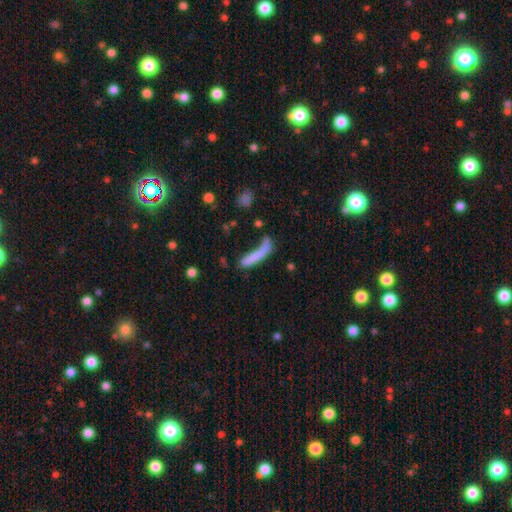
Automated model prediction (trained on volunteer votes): This is likely a smooth galaxy (71%). How rounded: clearly cigar-shaped (85%). Merging: marginally none (40%).